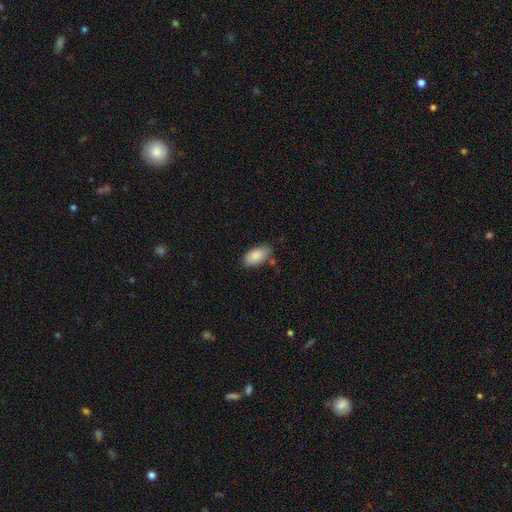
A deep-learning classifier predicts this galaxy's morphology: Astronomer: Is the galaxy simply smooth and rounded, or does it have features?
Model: smooth — 87%.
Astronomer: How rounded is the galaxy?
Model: in between — 94%.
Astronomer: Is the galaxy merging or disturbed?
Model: none — 72%.